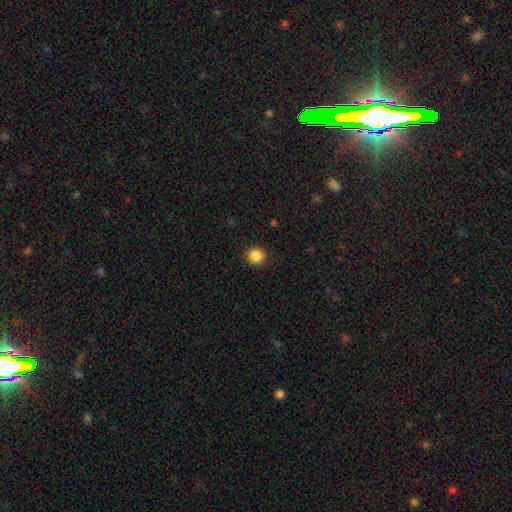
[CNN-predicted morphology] type=smooth (87%); roundness=round (93%); merging=none (92%).